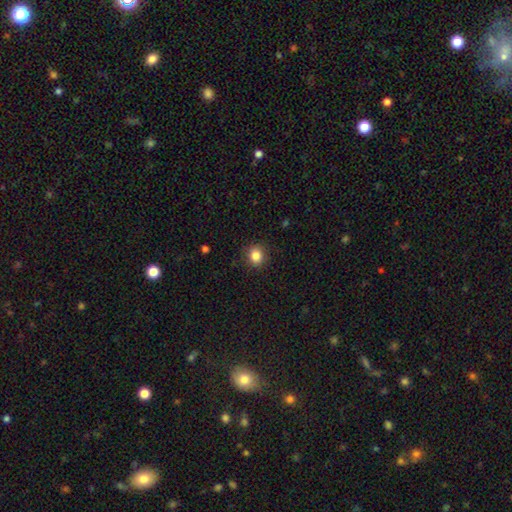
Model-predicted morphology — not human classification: Smooth or featured? smooth (85%)
How rounded? round (78%)
Merging? none (88%)